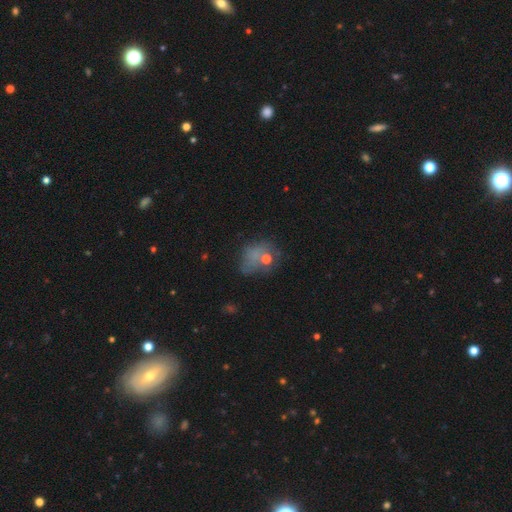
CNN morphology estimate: smooth-or-featured: smooth: 52% | featured or disk: 27% | star or artifact: 21%
  how-rounded: round: 51% | in between: 47% | cigar-shaped: 2%
  merging: none: 38% | major disturbance: 28% | minor disturbance: 25% | merger: 9%